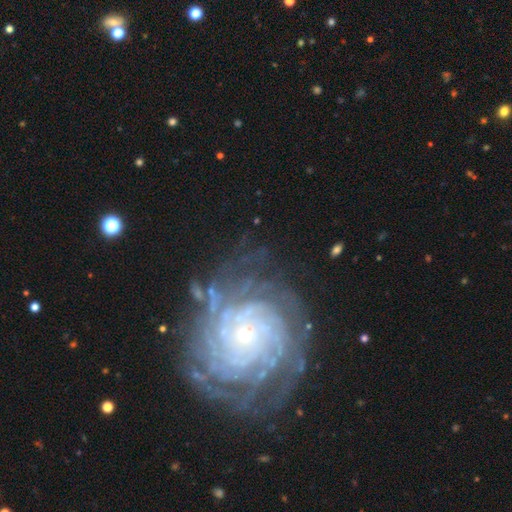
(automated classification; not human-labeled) Overall: featured or disk (86%). Edge-on disk: no (97%). Bar: no (76%). Spiral arms: yes (98%). Spiral arm count: more than 4 (30%; can't tell 25%). Spiral winding: tight (85%). Bulge size: small (79%). Merging: none (77%).